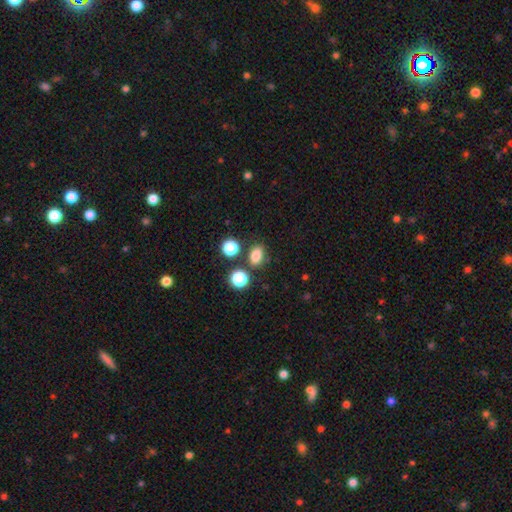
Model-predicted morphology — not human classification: Smooth or featured? Predicted: smooth (p=0.81). How rounded? Predicted: in between (p=0.69). Merging? Predicted: none (p=0.77).